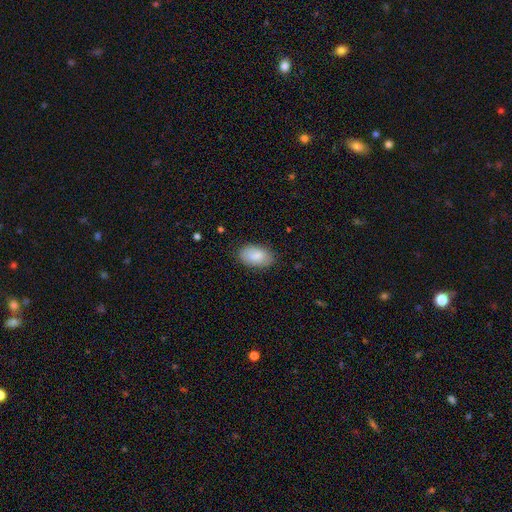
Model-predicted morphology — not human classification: smooth_or_featured: smooth (p=0.86) [alt: featured or disk p=0.07]
how_rounded: in between (p=0.94) [alt: round p=0.04]
merging: none (p=0.83) [alt: minor disturbance p=0.13]